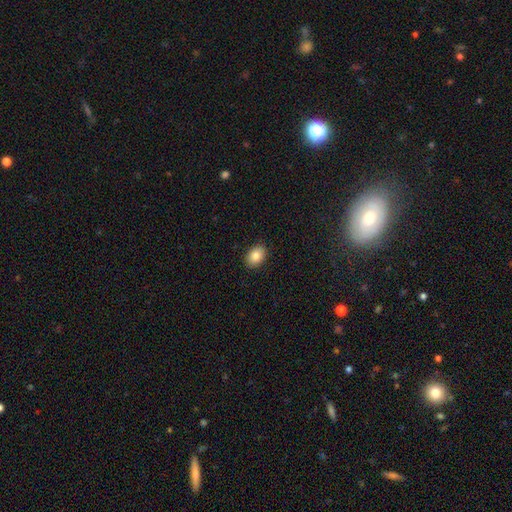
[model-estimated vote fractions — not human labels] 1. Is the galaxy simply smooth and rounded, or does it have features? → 85% smooth, 8% star or artifact, 6% featured or disk.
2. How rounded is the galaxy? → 79% in between, 20% round, 1% cigar-shaped.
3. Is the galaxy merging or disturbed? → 90% none, 8% minor disturbance, 2% major disturbance, 1% merger.